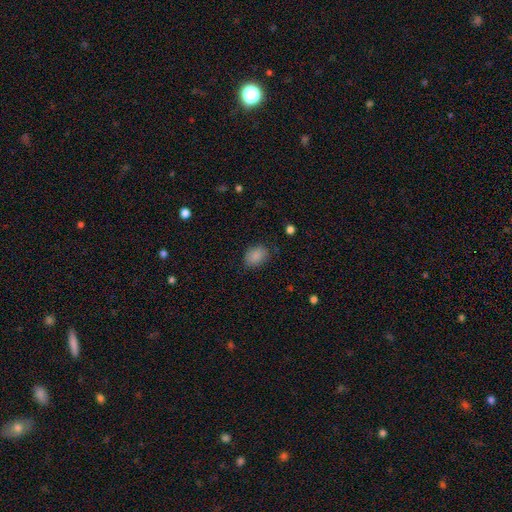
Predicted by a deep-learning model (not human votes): Overall: smooth (87%). How rounded: in between (73%). Merging: none (82%).